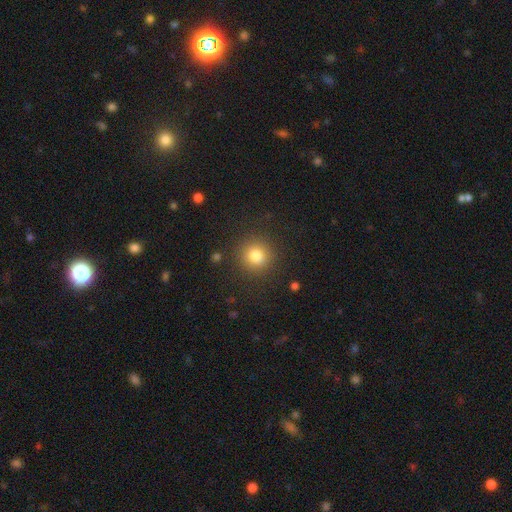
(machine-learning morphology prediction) Smooth or featured? smooth (81%)
How rounded? round (91%)
Merging? none (88%)